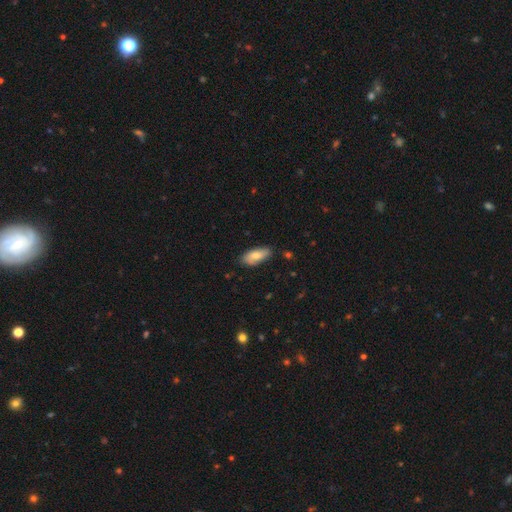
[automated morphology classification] type=smooth (77%); roundness=in between (84%); merging=none (81%).